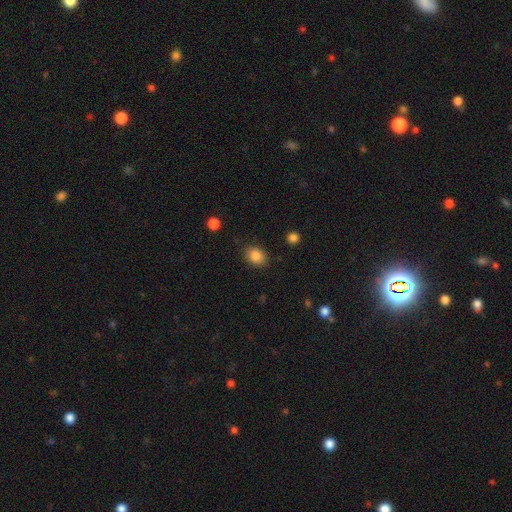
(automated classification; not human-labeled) Smooth or featured: smooth — 86% (star or artifact — 9%)
How rounded: in between — 54% (round — 45%)
Merging: none — 84% (minor disturbance — 12%)